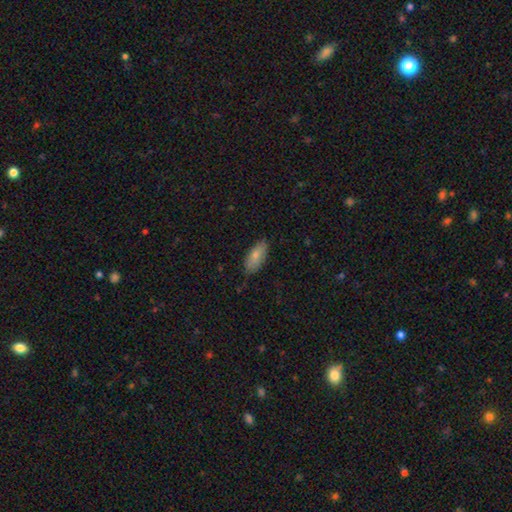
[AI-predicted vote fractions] Smooth or featured?
  - smooth: 80% *
  - featured or disk: 13%
  - star or artifact: 6%
How rounded?
  - in between: 84% *
  - cigar-shaped: 14%
  - round: 2%
Merging?
  - none: 81% *
  - minor disturbance: 15%
  - major disturbance: 3%
  - merger: 1%